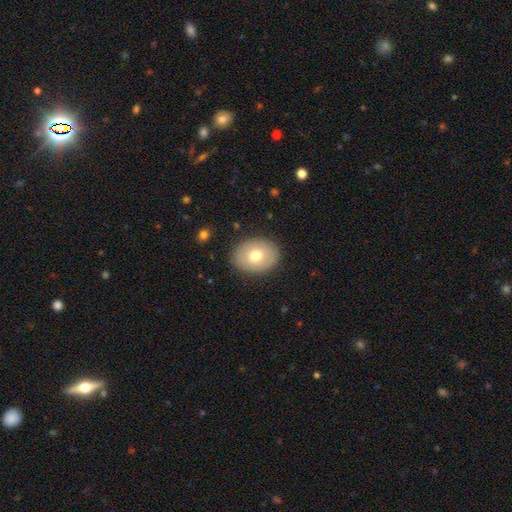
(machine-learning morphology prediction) The model was most divided on "how rounded": in between: 62%, round: 37%, cigar-shaped: 1%. More confident: merging — none (87%); smooth or featured — smooth (70%).